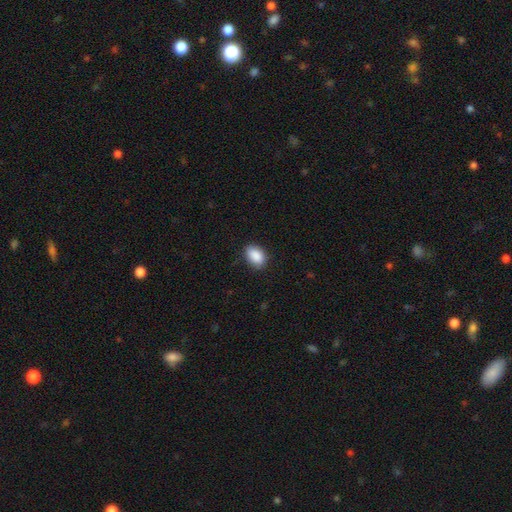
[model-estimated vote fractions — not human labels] smooth_or_featured: smooth (p=0.89) [alt: star or artifact p=0.07]
how_rounded: in between (p=0.83) [alt: round p=0.15]
merging: none (p=0.84) [alt: minor disturbance p=0.12]